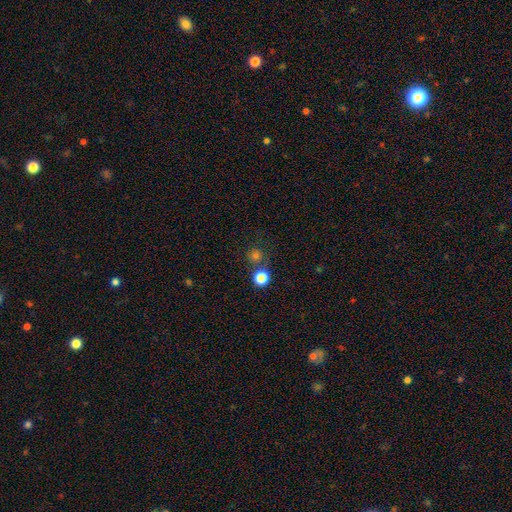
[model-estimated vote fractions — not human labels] The model was most divided on "smooth or featured": smooth: 72%, star or artifact: 21%, featured or disk: 7%. More confident: how rounded — round (93%); merging — none (71%).